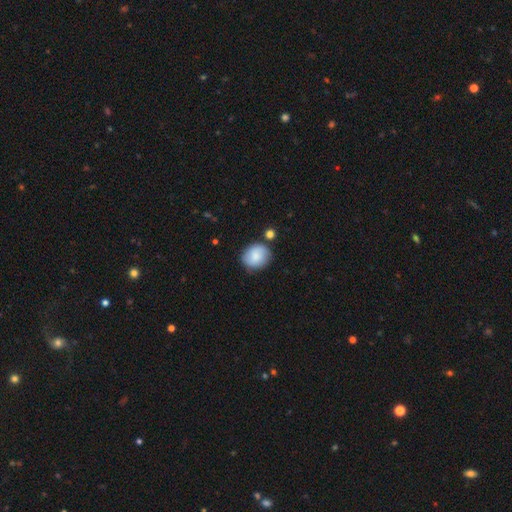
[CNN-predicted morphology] smooth_or_featured: smooth (p=0.77) [alt: featured or disk p=0.16]
how_rounded: round (p=0.73) [alt: in between p=0.26]
merging: none (p=0.74) [alt: minor disturbance p=0.16]